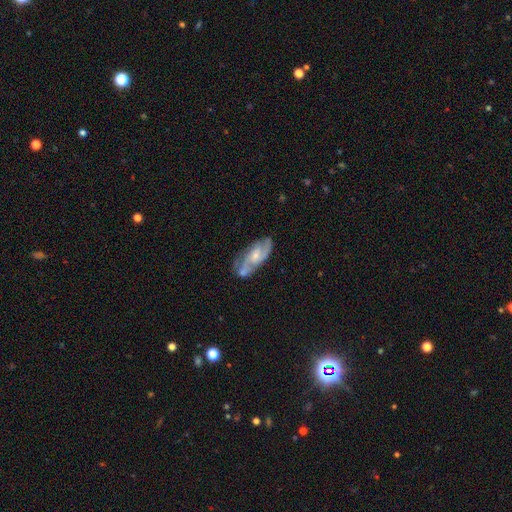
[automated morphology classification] featured or disk 75%, smooth 19%, star or artifact 6%. Down the decision tree: edge-on disk — no (93%); bar — no (55%); spiral arms — yes (92%); spiral arm count — 2 (67%); spiral winding — medium (49%); bulge size — small (58%); merging — none (55%).